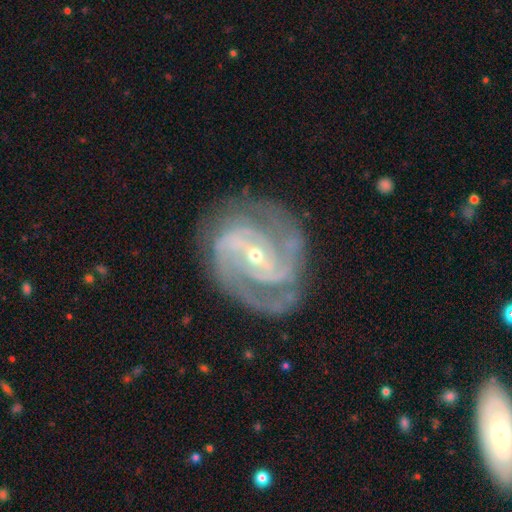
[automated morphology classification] Q: Smooth or featured?
A: featured or disk (91%); runner-up: star or artifact (5%)
Q: Edge-on disk?
A: no (97%); runner-up: yes (3%)
Q: Bar?
A: weak (42%); runner-up: strong (32%)
Q: Spiral arms?
A: yes (98%); runner-up: no (2%)
Q: Spiral winding?
A: tight (52%); runner-up: medium (41%)
Q: Spiral arm count?
A: 2 (41%); runner-up: 3 (30%)
Q: Bulge size?
A: small (68%); runner-up: moderate (29%)
Q: Merging?
A: none (74%); runner-up: minor disturbance (17%)